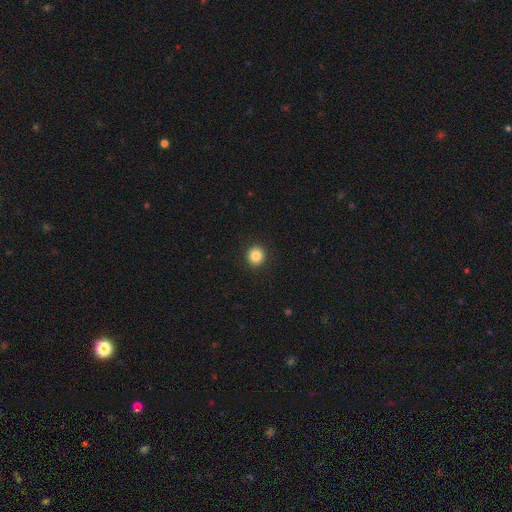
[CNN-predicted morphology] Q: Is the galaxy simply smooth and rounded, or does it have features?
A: smooth — 85%.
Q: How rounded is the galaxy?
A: round — 90%.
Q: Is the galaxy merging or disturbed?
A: none — 93%.